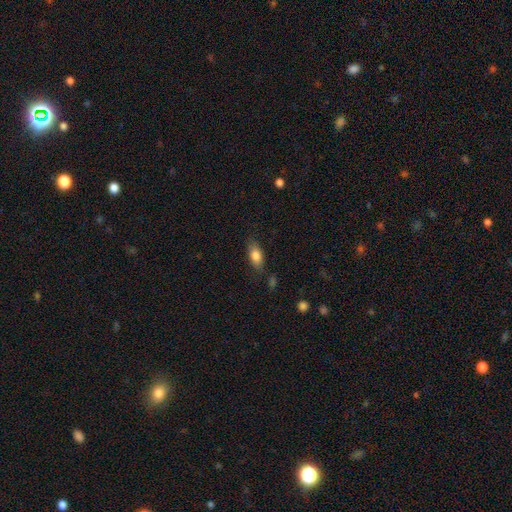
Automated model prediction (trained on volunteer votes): Morphology: type=smooth (80%); roundness=in between (85%); merging=none (76%).